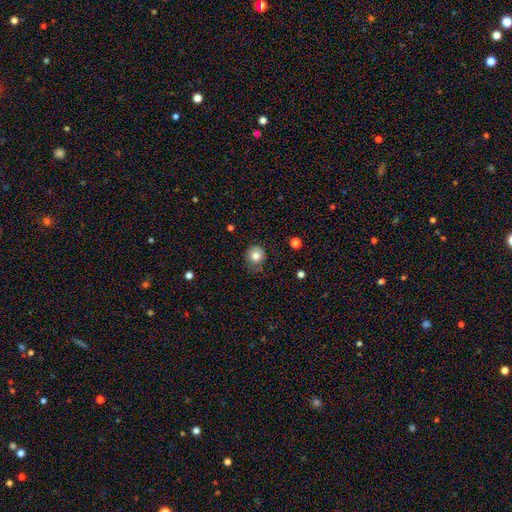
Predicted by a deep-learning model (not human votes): smooth-or-featured: smooth: 80% | star or artifact: 11% | featured or disk: 9%
  how-rounded: round: 85% | in between: 14% | cigar-shaped: 1%
  merging: none: 66% | minor disturbance: 26% | major disturbance: 7% | merger: 1%